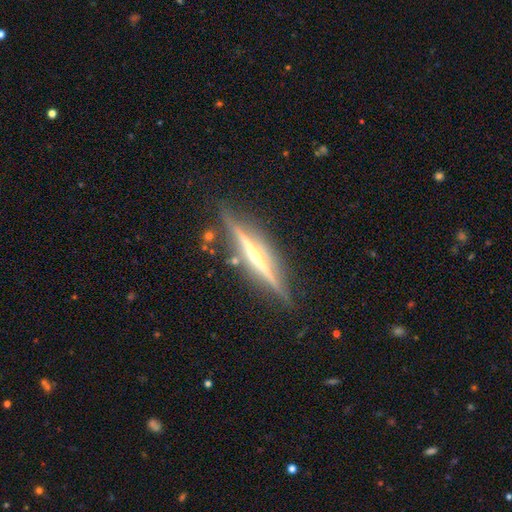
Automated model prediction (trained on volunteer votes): Smooth or featured? Predicted: featured or disk (p=0.85). Edge-on disk? Predicted: yes (p=0.97). Edge-on bulge? Predicted: rounded (p=0.69). Merging? Predicted: none (p=0.84).